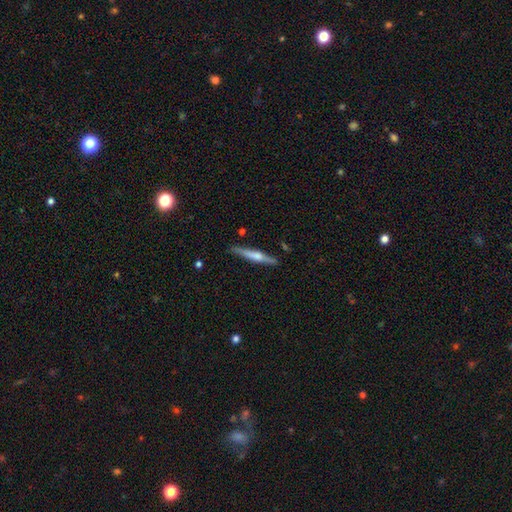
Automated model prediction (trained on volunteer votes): Overall: featured or disk (59%; smooth 36%). Edge-on disk: yes (97%). Edge-on bulge: rounded (77%). Merging: none (86%).